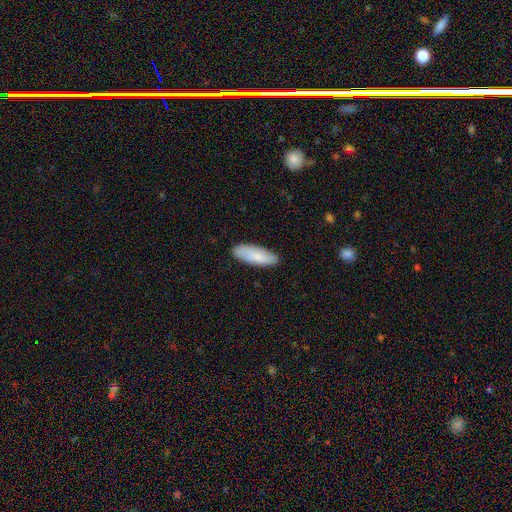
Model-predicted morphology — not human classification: smooth-or-featured: smooth: 82% | featured or disk: 13% | star or artifact: 6%
  how-rounded: in between: 61% | cigar-shaped: 37% | round: 2%
  merging: none: 85% | minor disturbance: 12% | major disturbance: 2% | merger: 1%